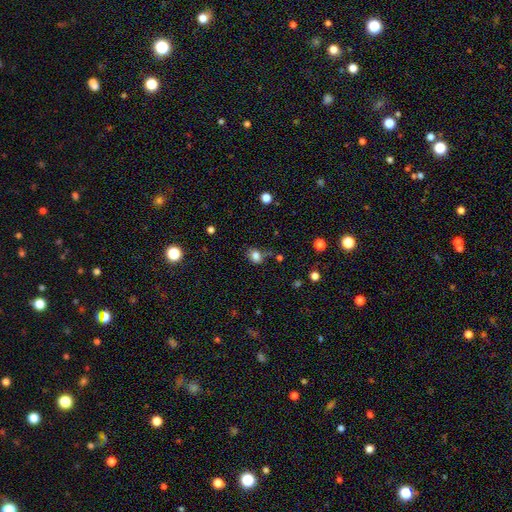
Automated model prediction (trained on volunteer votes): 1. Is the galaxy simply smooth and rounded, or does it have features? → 81% smooth, 13% star or artifact, 6% featured or disk.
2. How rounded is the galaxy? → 51% in between, 47% round, 1% cigar-shaped.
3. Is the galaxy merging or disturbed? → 61% none, 23% minor disturbance, 8% major disturbance, 7% merger.